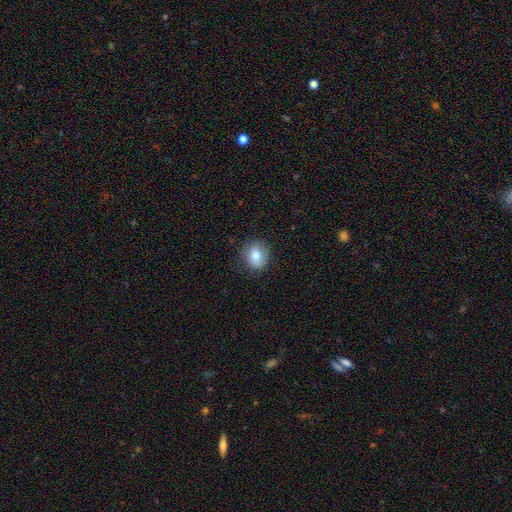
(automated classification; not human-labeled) The model was most divided on "how rounded": round: 59%, in between: 40%, cigar-shaped: 1%. More confident: smooth or featured — smooth (82%); merging — none (82%).